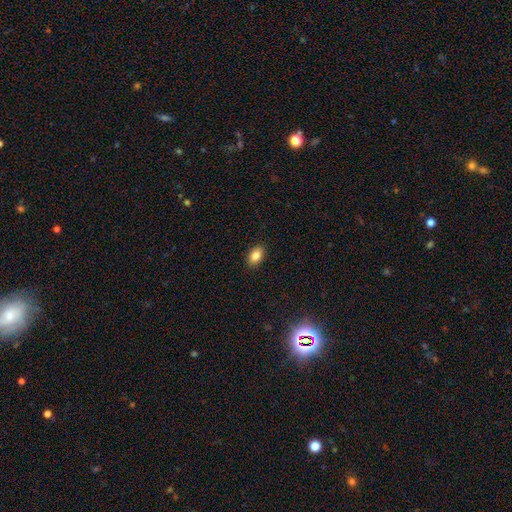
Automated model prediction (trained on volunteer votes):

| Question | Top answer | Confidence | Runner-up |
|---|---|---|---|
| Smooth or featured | smooth | 86% | star or artifact (9%) |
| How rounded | in between | 89% | round (10%) |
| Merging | none | 89% | minor disturbance (8%) |